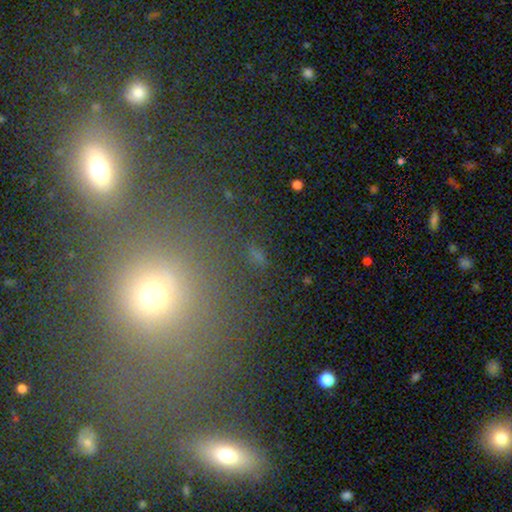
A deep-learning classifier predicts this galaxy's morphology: This is possibly a smooth galaxy (47%). Merging: likely none (76%).